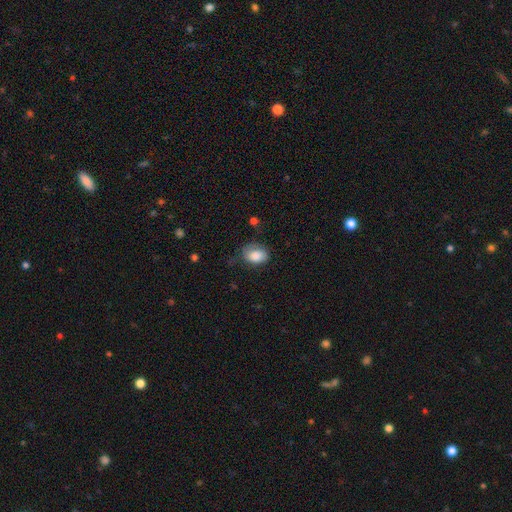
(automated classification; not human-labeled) The model was most divided on "merging": none: 55%, minor disturbance: 31%, major disturbance: 12%, merger: 2%. More confident: smooth or featured — smooth (83%); how rounded — in between (77%).